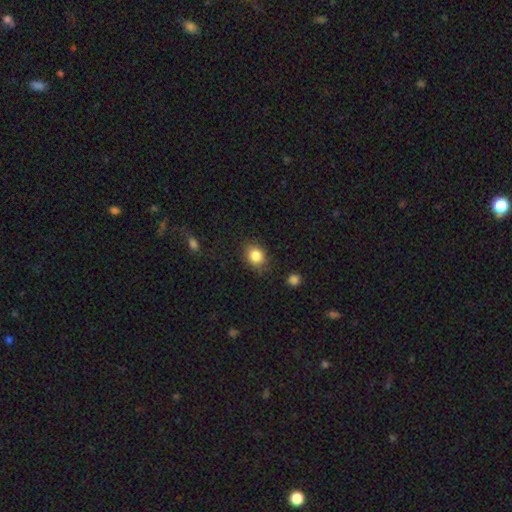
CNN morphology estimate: This appears to be a smooth galaxy with no disk features (85%) that is round (53%). Merging: none (79%).